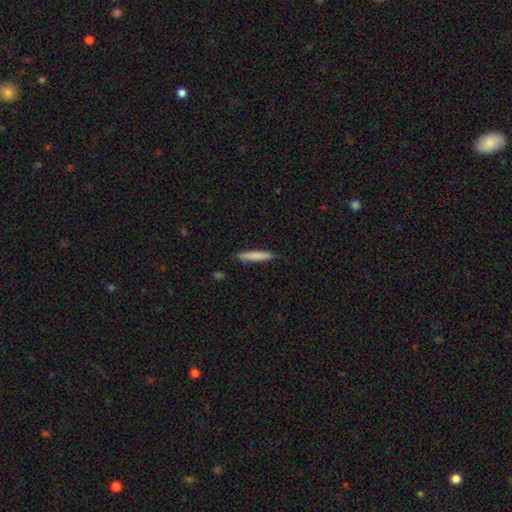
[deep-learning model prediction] Overall: smooth (81%). How rounded: cigar-shaped (90%). Merging: none (86%).